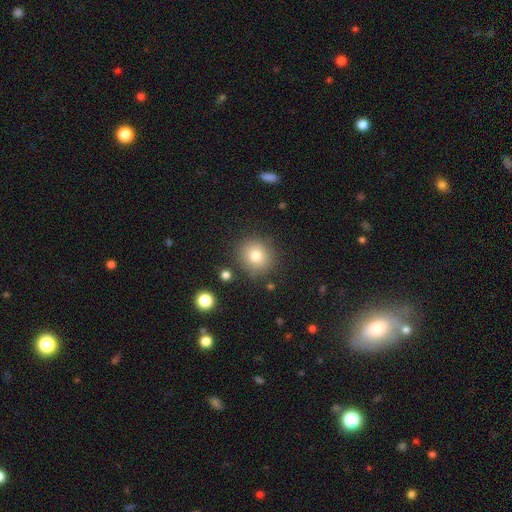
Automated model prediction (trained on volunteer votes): Smooth or featured?
  - smooth: 78% *
  - star or artifact: 12%
  - featured or disk: 10%
How rounded?
  - round: 88% *
  - in between: 11%
  - cigar-shaped: 1%
Merging?
  - none: 84% *
  - minor disturbance: 10%
  - major disturbance: 3%
  - merger: 3%